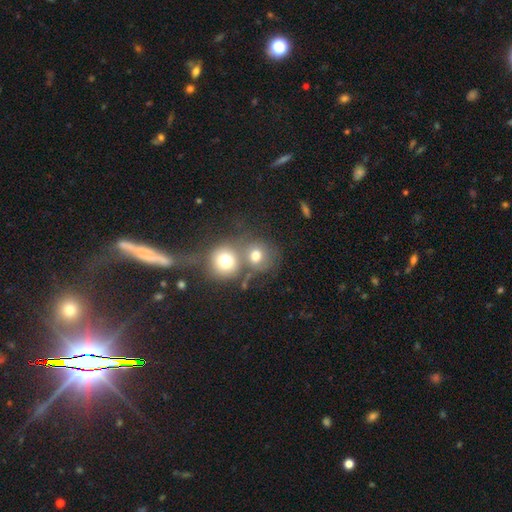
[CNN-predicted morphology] smooth_or_featured: smooth (p=0.70) [alt: featured or disk p=0.17]
how_rounded: round (p=0.82) [alt: in between p=0.17]
merging: merger (p=0.52) [alt: none p=0.33]